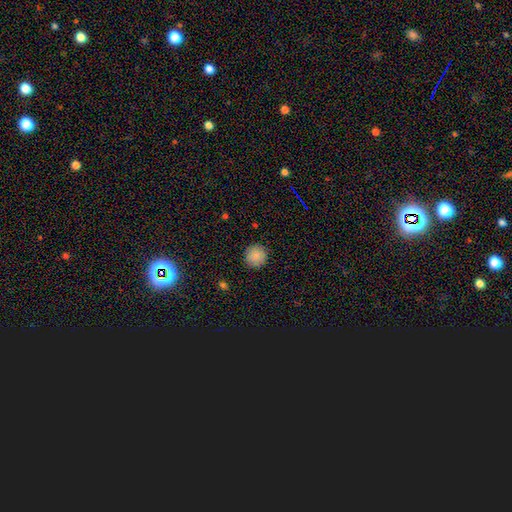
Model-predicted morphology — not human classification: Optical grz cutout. It shows a smooth galaxy with no disk features (87%) that is round (94%). Merging: none (90%).